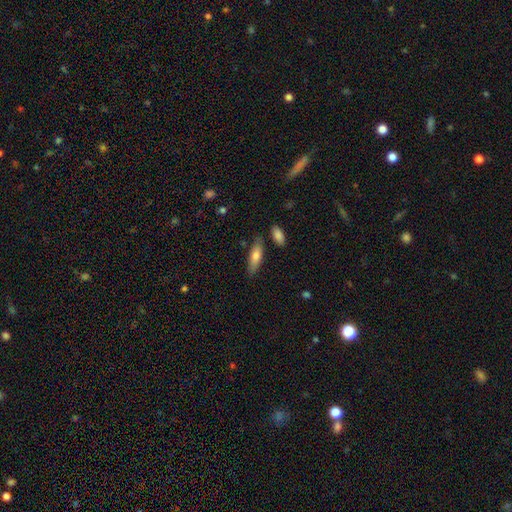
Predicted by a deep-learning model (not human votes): Smooth or featured? Predicted: smooth (p=0.71). How rounded? Predicted: cigar-shaped (p=0.52). Merging? Predicted: none (p=0.78).